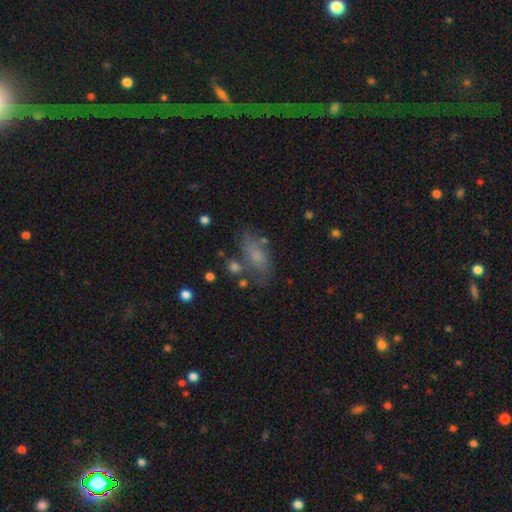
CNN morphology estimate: Smooth or featured: smooth — 63% (featured or disk — 25%)
How rounded: in between — 80% (cigar-shaped — 14%)
Merging: none — 55% (minor disturbance — 23%)